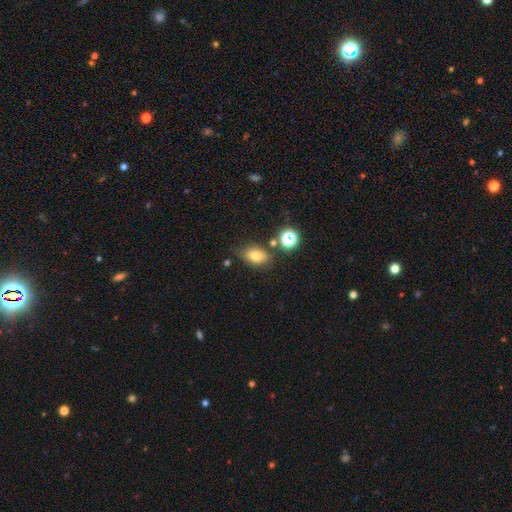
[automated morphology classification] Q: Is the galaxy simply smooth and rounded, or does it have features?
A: smooth — 76%.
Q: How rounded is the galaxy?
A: in between — 81%.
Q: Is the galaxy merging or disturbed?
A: none — 73%.